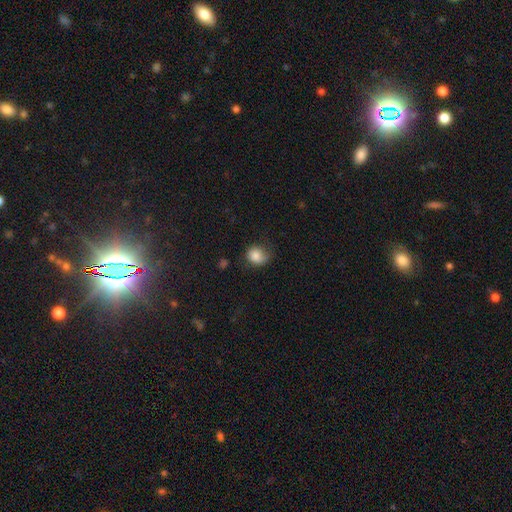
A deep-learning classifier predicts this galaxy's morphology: A smooth galaxy with no disk features (82%) that is round (66%). Merging: none (53%).